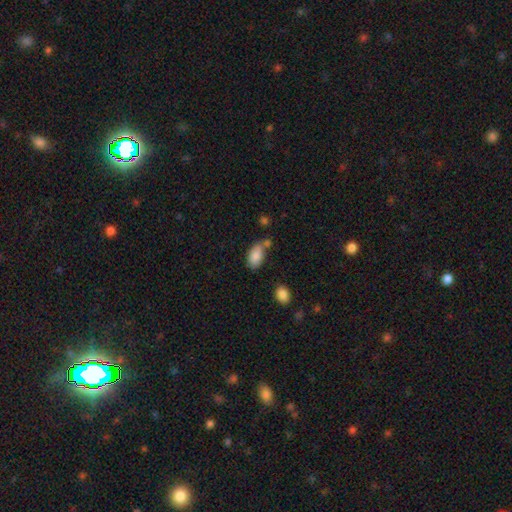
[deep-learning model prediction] Q: Smooth or featured?
A: smooth (85%); runner-up: star or artifact (8%)
Q: How rounded?
A: in between (93%); runner-up: round (4%)
Q: Merging?
A: none (52%); runner-up: minor disturbance (22%)